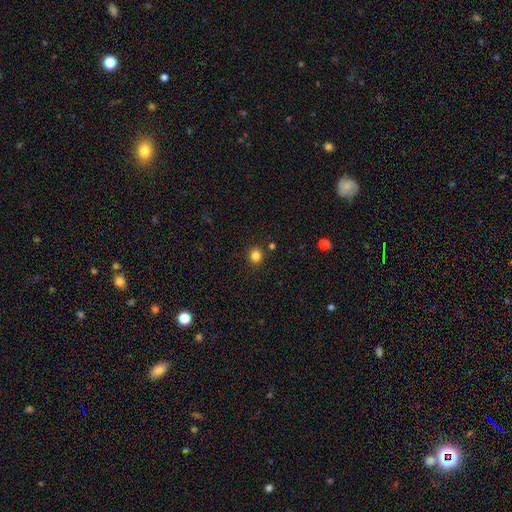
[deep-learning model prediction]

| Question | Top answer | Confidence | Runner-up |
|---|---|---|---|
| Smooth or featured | smooth | 83% | star or artifact (13%) |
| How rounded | round | 89% | in between (10%) |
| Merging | none | 89% | minor disturbance (6%) |